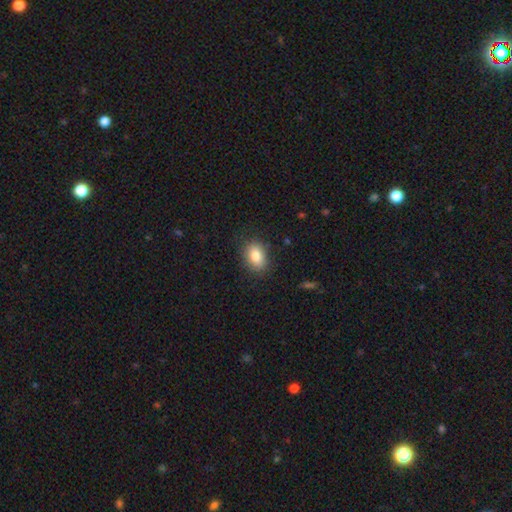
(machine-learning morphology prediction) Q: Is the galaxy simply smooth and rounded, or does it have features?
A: smooth — 84%.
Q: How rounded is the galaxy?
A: in between — 76%.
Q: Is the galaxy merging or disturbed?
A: none — 84%.